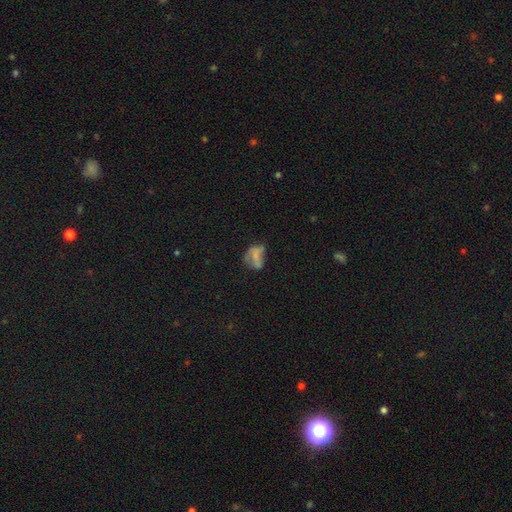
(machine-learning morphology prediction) smooth-or-featured: smooth: 49% | featured or disk: 36% | star or artifact: 15%
  merging: major disturbance: 33% | none: 31% | minor disturbance: 25% | merger: 12%